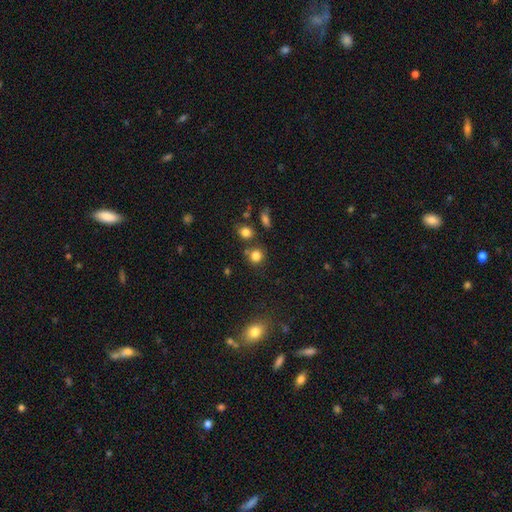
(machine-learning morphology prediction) Overall: smooth (81%). How rounded: round (85%). Merging: none (70%).